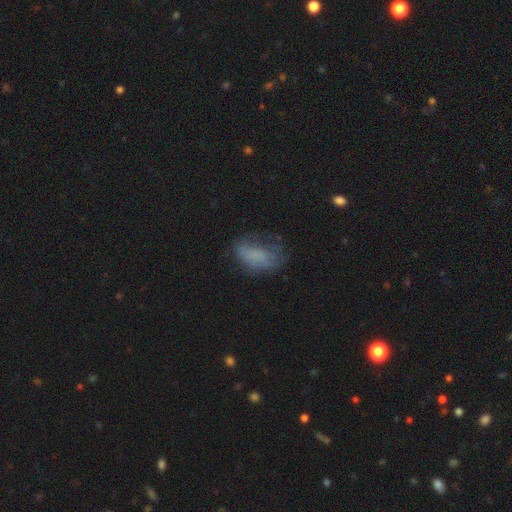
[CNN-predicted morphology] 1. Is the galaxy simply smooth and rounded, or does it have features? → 65% smooth, 22% featured or disk, 13% star or artifact.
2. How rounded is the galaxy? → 88% in between, 8% round, 5% cigar-shaped.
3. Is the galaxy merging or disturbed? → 40% none, 30% minor disturbance, 28% major disturbance, 3% merger.